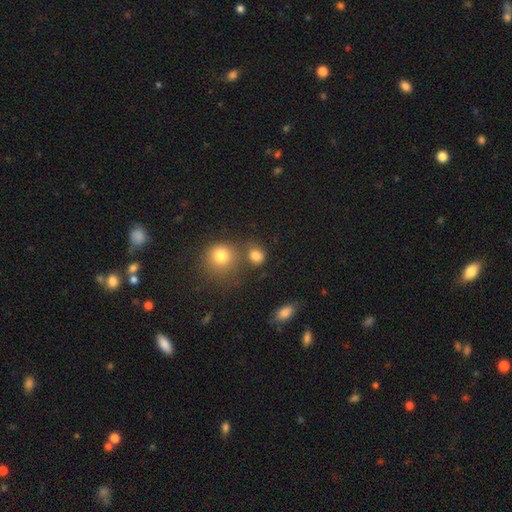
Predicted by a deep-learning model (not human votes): Smooth or featured?
  - smooth: 81% *
  - star or artifact: 12%
  - featured or disk: 7%
How rounded?
  - round: 67% *
  - in between: 31%
  - cigar-shaped: 1%
Merging?
  - none: 60% *
  - merger: 21%
  - minor disturbance: 13%
  - major disturbance: 6%